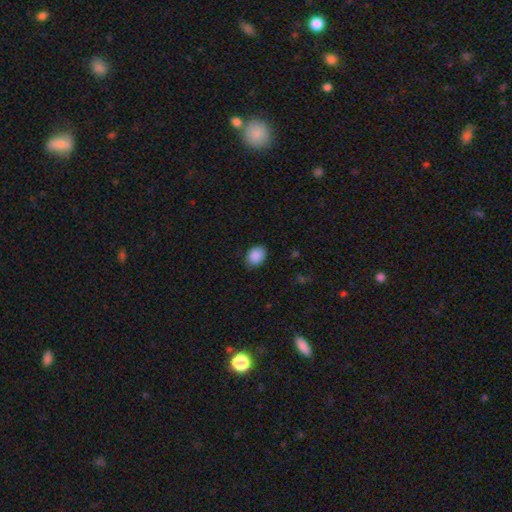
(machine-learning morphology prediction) smooth-or-featured: smooth: 89% | star or artifact: 7% | featured or disk: 3%
  how-rounded: in between: 64% | round: 35% | cigar-shaped: 1%
  merging: none: 81% | minor disturbance: 15% | major disturbance: 3% | merger: 1%